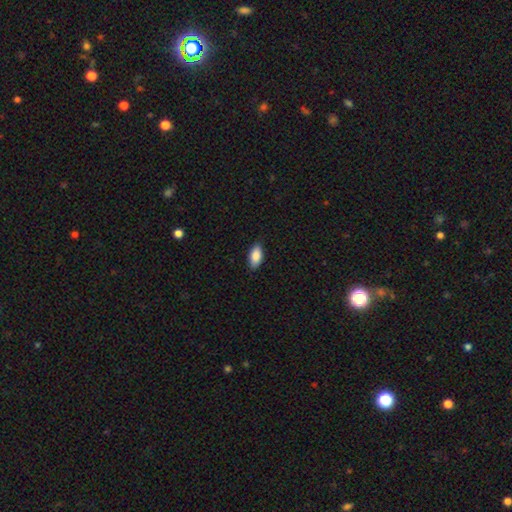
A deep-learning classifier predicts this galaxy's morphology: type=smooth (88%); roundness=in between (92%); merging=none (87%).